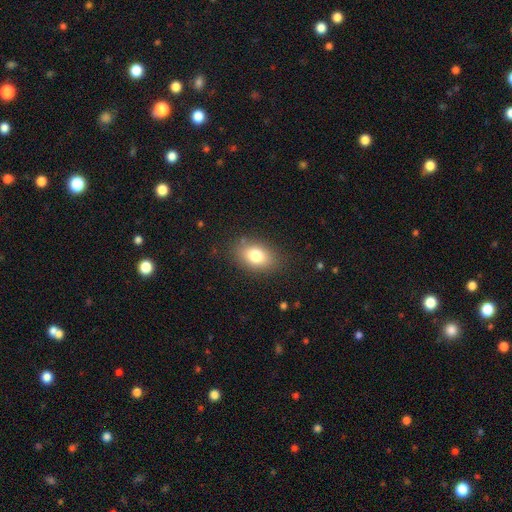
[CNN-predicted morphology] Overall: smooth (79%). How rounded: in between (83%). Merging: none (84%).